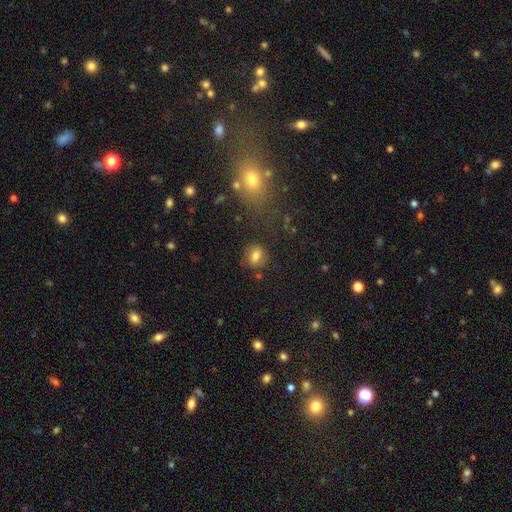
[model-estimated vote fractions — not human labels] This appears to be a smooth galaxy with no disk features (75%) that is in between round and cigar-shaped (49%, tied with round). Merging: none (74%).